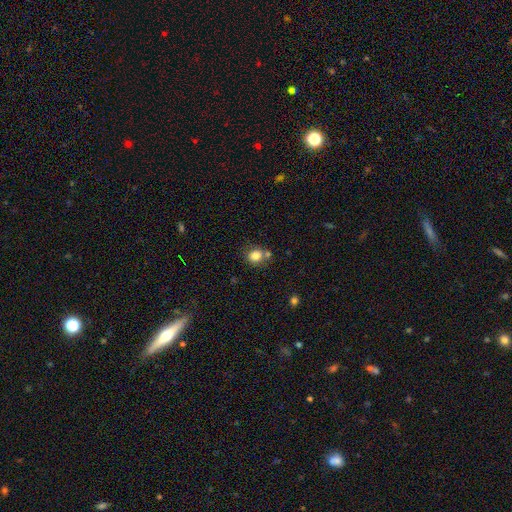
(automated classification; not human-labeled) Smooth or featured? smooth (82%)
How rounded? round (75%)
Merging? none (63%)